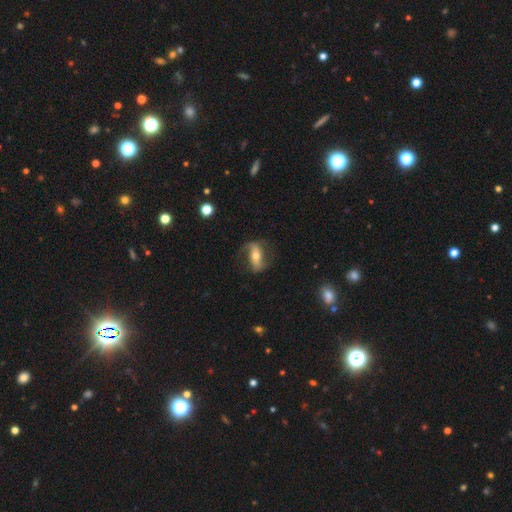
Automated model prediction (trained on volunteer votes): The model was most divided on "bar": strong: 49%, no: 26%, weak: 25%. More confident: edge-on disk — no (89%); spiral arms — yes (89%); spiral arm count — 2 (86%); smooth or featured — featured or disk (74%); merging — none (69%); spiral winding — loose (65%); bulge size — moderate (59%).